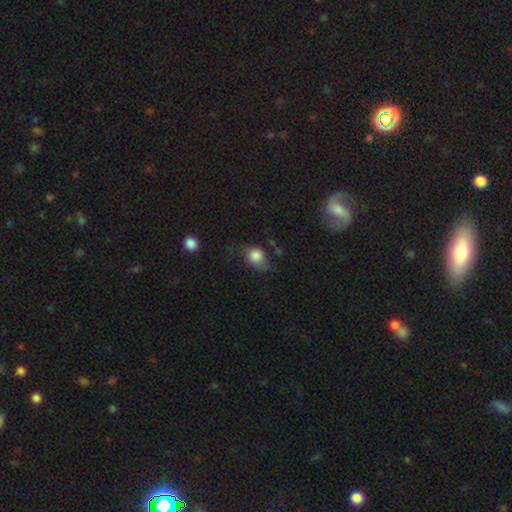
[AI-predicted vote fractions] The model was most divided on "how rounded": round: 54%, in between: 44%, cigar-shaped: 1%. More confident: smooth or featured — smooth (78%); merging — none (51%).